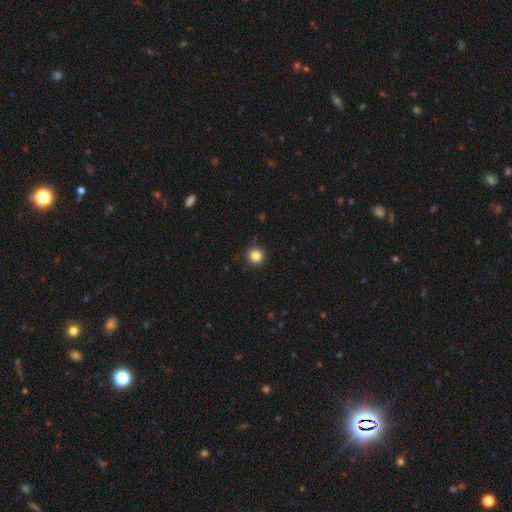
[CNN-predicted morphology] A smooth galaxy with no disk features (85%) that is round (94%).

Vote fractions:
- Smooth or featured? smooth: 85% / star or artifact: 11% / featured or disk: 4%
- How rounded? round: 94% / in between: 5% / cigar-shaped: 1%
- Merging? none: 88% / minor disturbance: 8% / major disturbance: 2% / merger: 1%